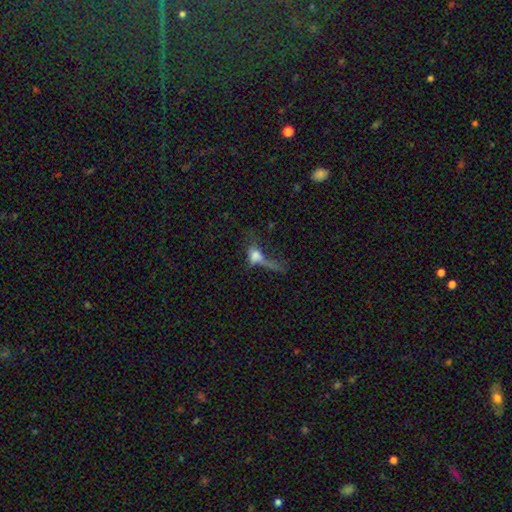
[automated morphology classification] Q: Smooth or featured?
A: smooth (56%); runner-up: featured or disk (28%)
Q: How rounded?
A: in between (58%); runner-up: round (26%)
Q: Merging?
A: major disturbance (48%); runner-up: merger (20%)